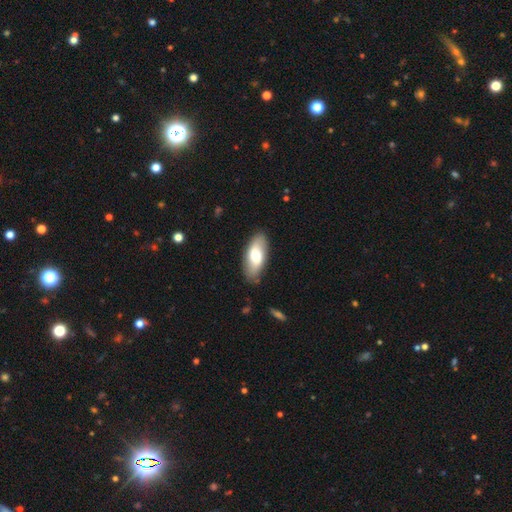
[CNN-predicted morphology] Smooth or featured?
  - smooth: 65% *
  - featured or disk: 30%
  - star or artifact: 6%
How rounded?
  - in between: 87% *
  - cigar-shaped: 11%
  - round: 3%
Merging?
  - none: 85% *
  - minor disturbance: 11%
  - major disturbance: 2%
  - merger: 1%